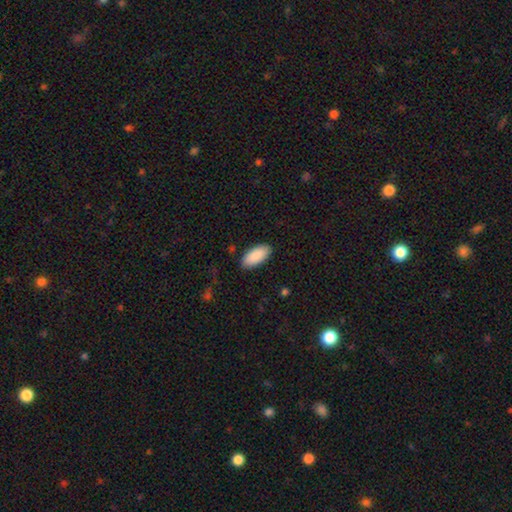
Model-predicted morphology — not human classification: Overall: smooth (90%). How rounded: in between (92%). Merging: none (88%).